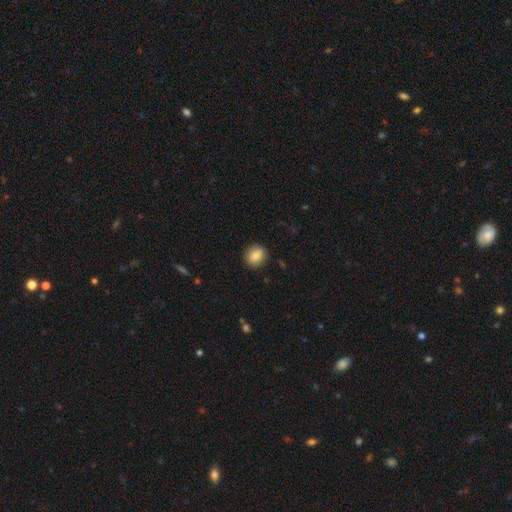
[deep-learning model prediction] smooth-or-featured: smooth: 84% | star or artifact: 8% | featured or disk: 7%
  how-rounded: round: 76% | in between: 23% | cigar-shaped: 1%
  merging: none: 87% | minor disturbance: 9% | major disturbance: 2% | merger: 1%